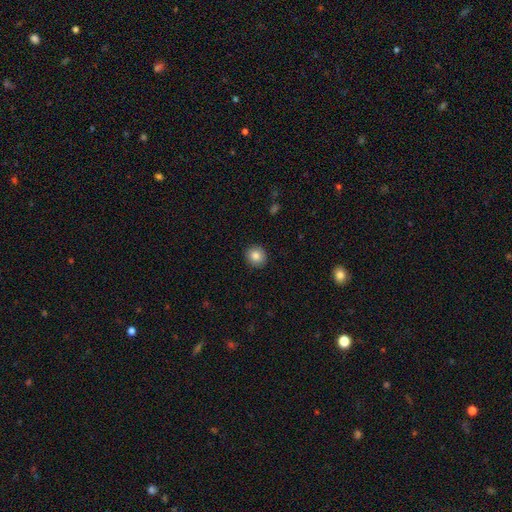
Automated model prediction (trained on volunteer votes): This is clearly a smooth galaxy (84%). How rounded: clearly round (85%). Merging: clearly none (90%).